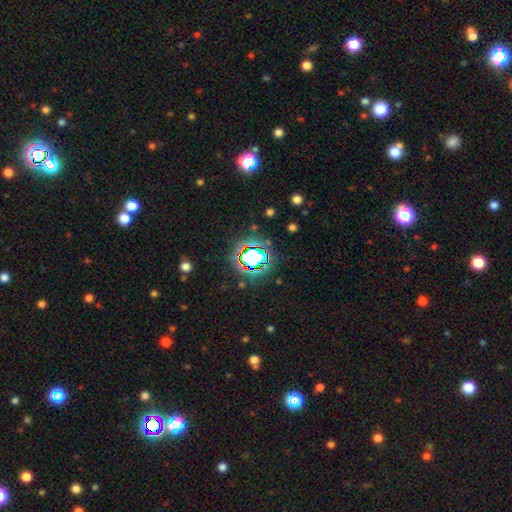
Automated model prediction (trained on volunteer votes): This is likely a star or artifact rather than a galaxy (64%).